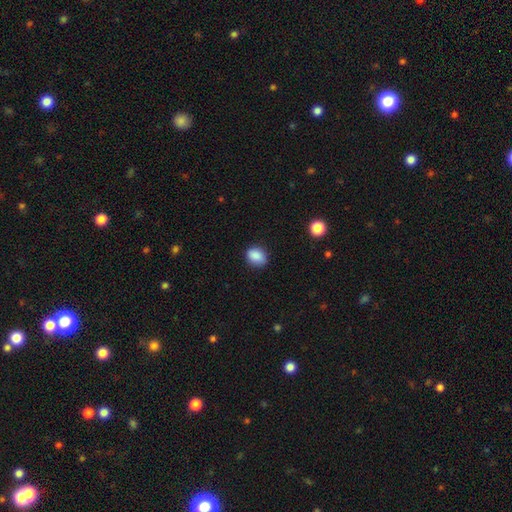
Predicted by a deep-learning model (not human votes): smooth 87%, star or artifact 9%, featured or disk 4%. Down the decision tree: how rounded — in between (59%); merging — none (81%).